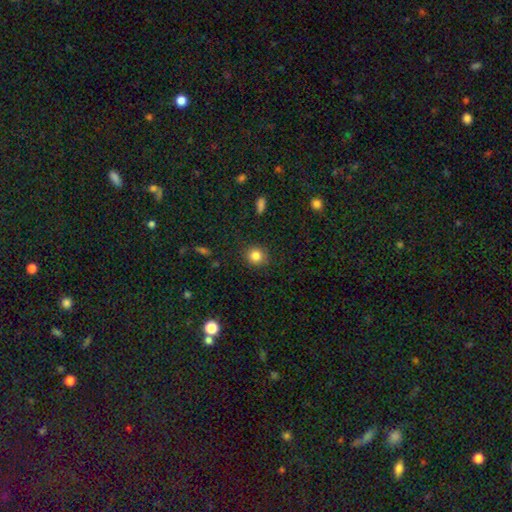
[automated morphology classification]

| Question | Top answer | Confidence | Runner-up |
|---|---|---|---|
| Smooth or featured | smooth | 83% | star or artifact (11%) |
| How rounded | round | 91% | in between (8%) |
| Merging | none | 89% | minor disturbance (7%) |